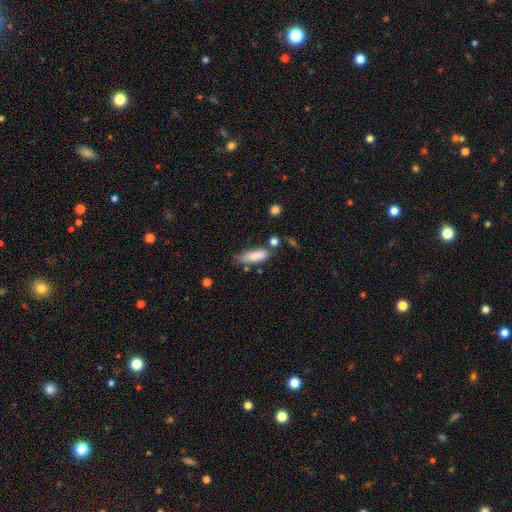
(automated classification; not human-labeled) smooth-or-featured: smooth: 83% | featured or disk: 10% | star or artifact: 7%
  how-rounded: in between: 56% | cigar-shaped: 42% | round: 2%
  merging: none: 59% | minor disturbance: 25% | merger: 10% | major disturbance: 7%